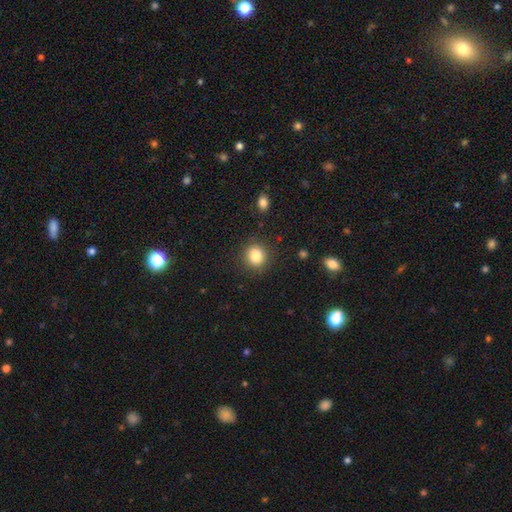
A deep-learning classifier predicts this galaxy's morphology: Smooth or featured: smooth — 84% (star or artifact — 10%)
How rounded: round — 86% (in between — 13%)
Merging: none — 89% (minor disturbance — 7%)